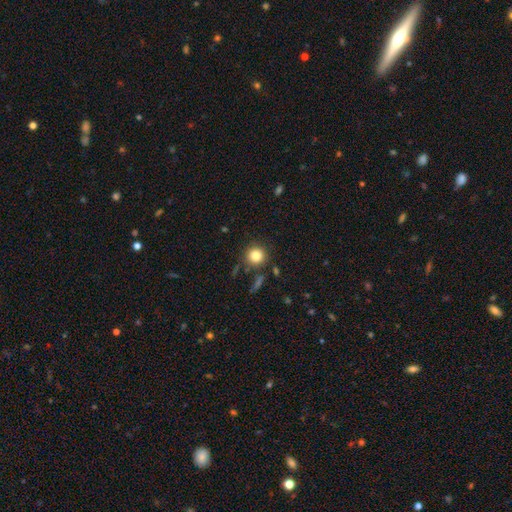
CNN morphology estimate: smooth_or_featured: smooth (p=0.84) [alt: star or artifact p=0.10]
how_rounded: round (p=0.92) [alt: in between p=0.07]
merging: none (p=0.81) [alt: minor disturbance p=0.10]